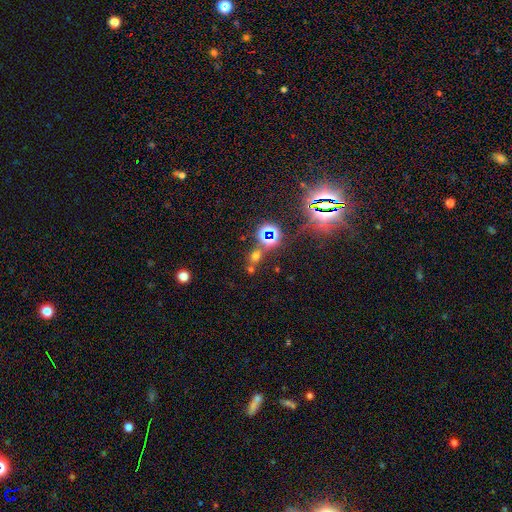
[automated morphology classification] Smooth or featured?
  - star or artifact: 47% *
  - smooth: 45%
  - featured or disk: 9%